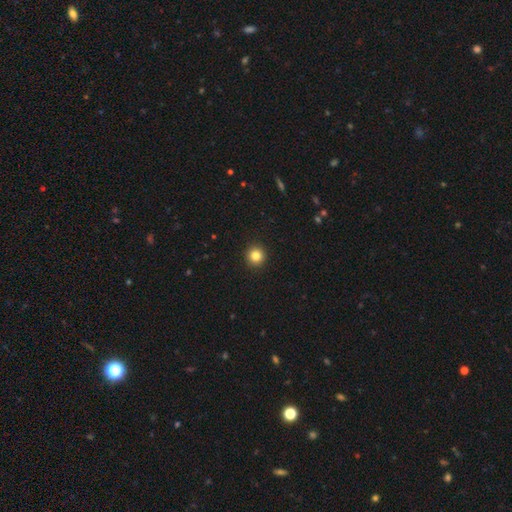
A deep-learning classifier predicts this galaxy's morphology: The model was most divided on "smooth or featured": smooth: 83%, star or artifact: 11%, featured or disk: 5%. More confident: how rounded — round (95%); merging — none (93%).